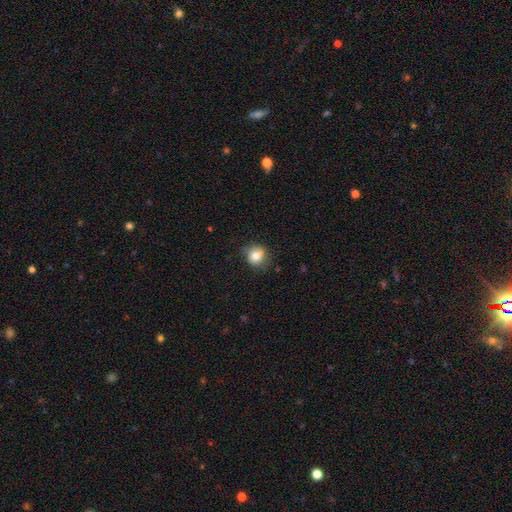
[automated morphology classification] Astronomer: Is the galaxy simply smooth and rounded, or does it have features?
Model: smooth — 79%.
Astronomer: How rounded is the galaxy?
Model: round — 75%.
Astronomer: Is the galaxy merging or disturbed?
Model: none — 69%.